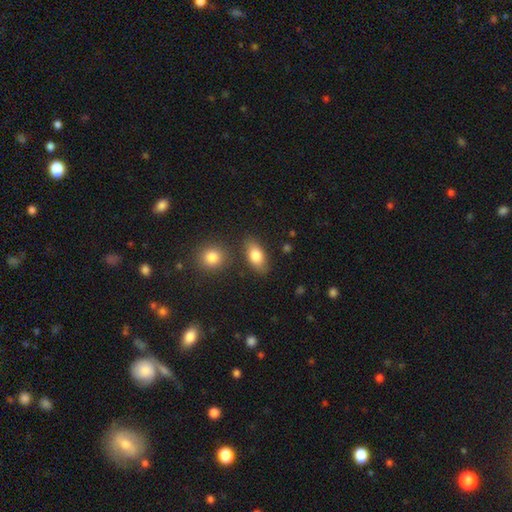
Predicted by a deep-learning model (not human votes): smooth 81%, featured or disk 12%, star or artifact 7%. Down the decision tree: how rounded — in between (88%); merging — none (79%).